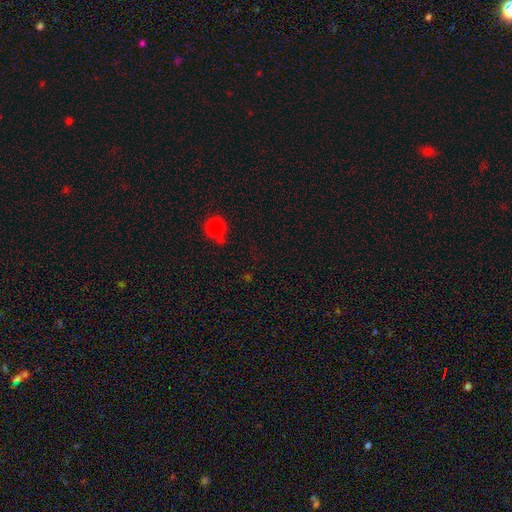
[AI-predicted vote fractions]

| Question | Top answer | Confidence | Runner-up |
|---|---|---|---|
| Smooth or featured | smooth | 50% | star or artifact (43%) |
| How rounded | round | 84% | in between (14%) |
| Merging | none | 68% | merger (16%) |